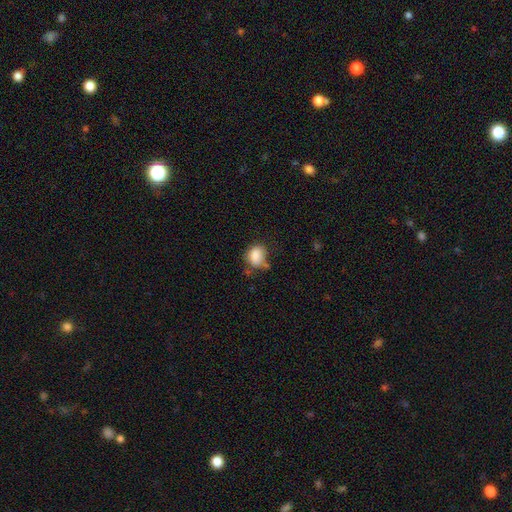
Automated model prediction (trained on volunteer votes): This appears to be a smooth galaxy with no disk features (86%) that is in between round and cigar-shaped (56%). Merging: none (58%).